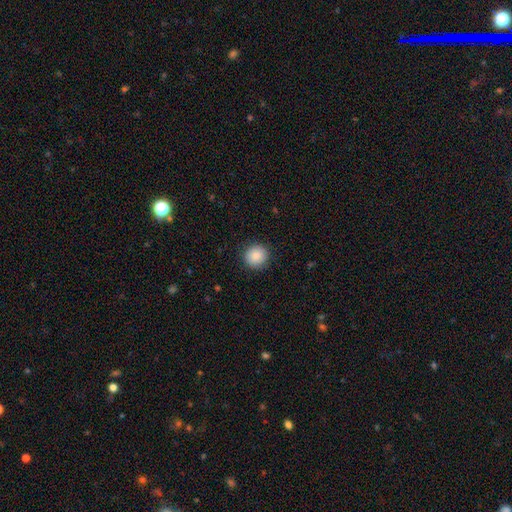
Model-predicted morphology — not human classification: The model was most divided on "smooth or featured": smooth: 87%, star or artifact: 8%, featured or disk: 4%. More confident: how rounded — round (92%); merging — none (90%).